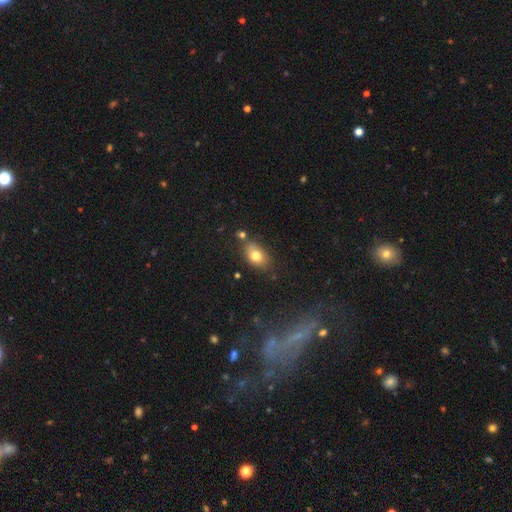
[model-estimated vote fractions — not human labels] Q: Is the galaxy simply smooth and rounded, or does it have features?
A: smooth — 77%.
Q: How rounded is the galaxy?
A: in between — 80%.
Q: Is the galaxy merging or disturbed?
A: none — 72%.